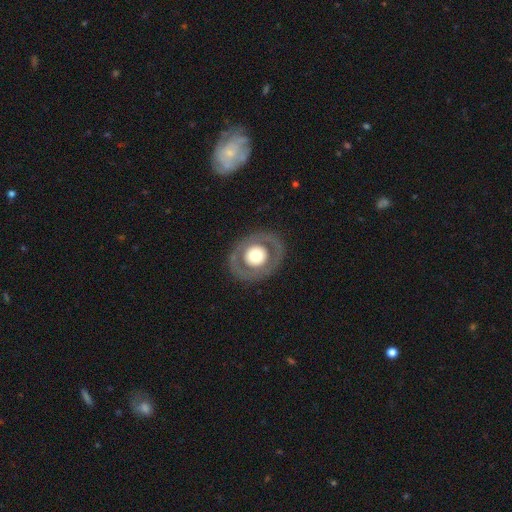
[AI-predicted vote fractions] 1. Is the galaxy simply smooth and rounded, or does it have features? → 52% featured or disk, 42% smooth, 6% star or artifact.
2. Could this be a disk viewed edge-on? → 94% no, 6% yes.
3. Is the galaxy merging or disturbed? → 83% none, 9% minor disturbance, 7% major disturbance, 1% merger.